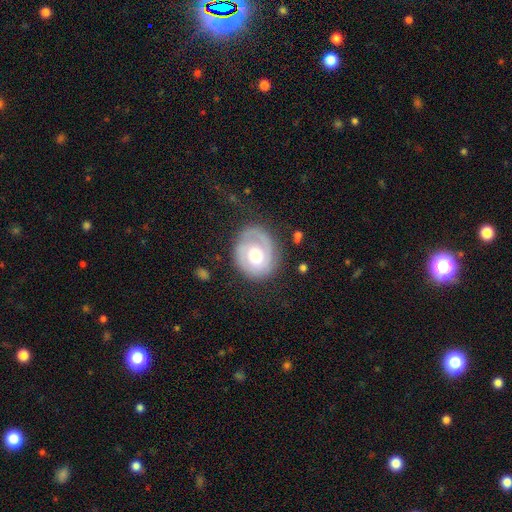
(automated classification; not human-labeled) Smooth or featured? featured or disk (68%)
Edge-on disk? no (97%)
Bar? no (66%)
Spiral arms? yes (82%)
Spiral winding? tight (61%)
Spiral arm count? 1 (37%)
Bulge size? moderate (67%)
Merging? none (72%)